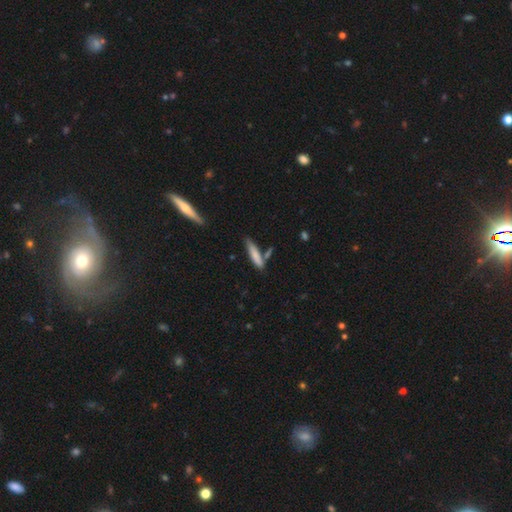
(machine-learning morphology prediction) A smooth galaxy with no disk features (78%) that is cigar-shaped (80%).

Vote fractions:
- Smooth or featured? smooth: 78% / featured or disk: 15% / star or artifact: 6%
- How rounded? cigar-shaped: 80% / in between: 18% / round: 1%
- Merging? none: 64% / minor disturbance: 19% / merger: 13% / major disturbance: 4%